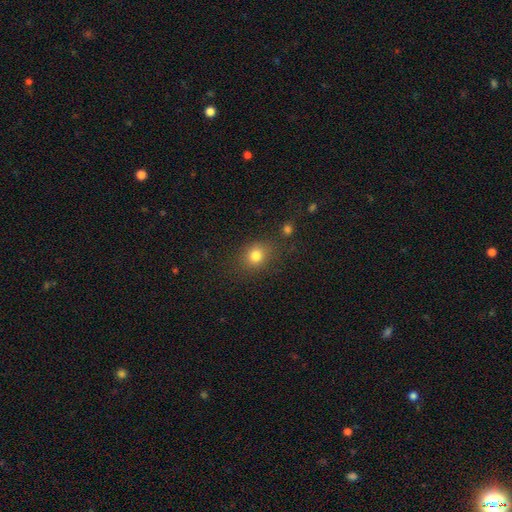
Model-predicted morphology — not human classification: Overall: smooth (79%). How rounded: round (66%; in between 33%). Merging: none (77%).